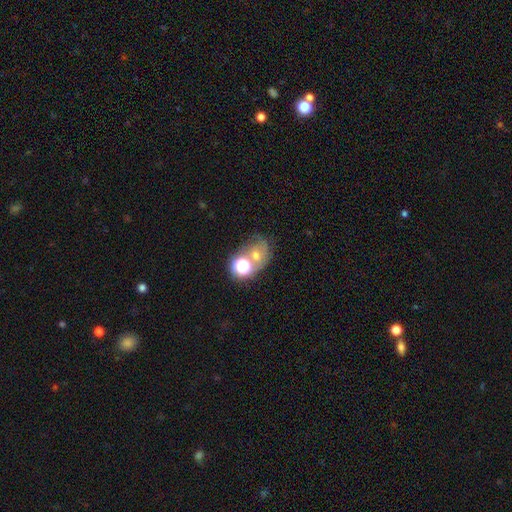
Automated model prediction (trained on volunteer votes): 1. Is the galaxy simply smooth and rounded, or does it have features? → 43% smooth, 29% featured or disk, 28% star or artifact.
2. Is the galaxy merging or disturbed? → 39% merger, 37% none, 13% minor disturbance, 12% major disturbance.